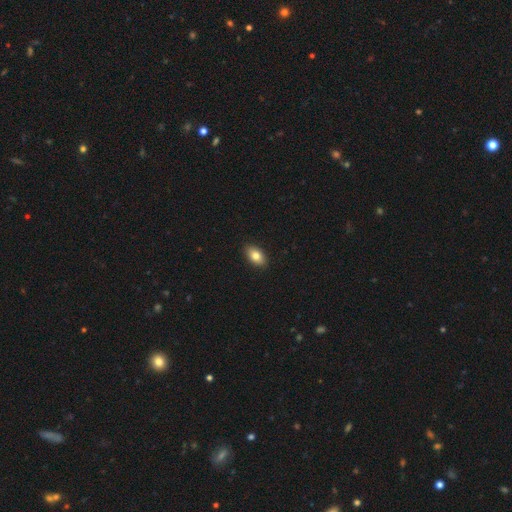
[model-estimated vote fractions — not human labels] Overall: smooth (81%). How rounded: in between (92%). Merging: none (90%).